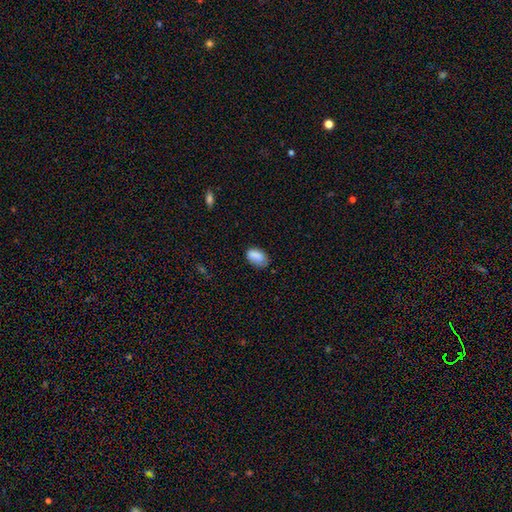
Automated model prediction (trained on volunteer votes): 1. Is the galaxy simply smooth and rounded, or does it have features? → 85% smooth, 8% star or artifact, 7% featured or disk.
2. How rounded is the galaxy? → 90% in between, 8% round, 2% cigar-shaped.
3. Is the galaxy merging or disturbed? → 65% none, 27% minor disturbance, 6% major disturbance, 2% merger.